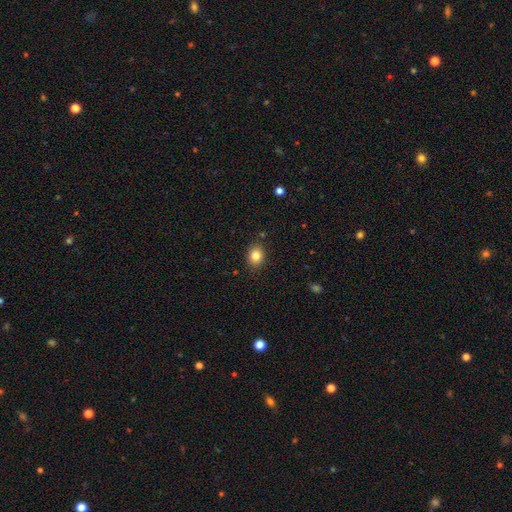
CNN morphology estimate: smooth_or_featured: smooth (p=0.83) [alt: star or artifact p=0.10]
how_rounded: in between (p=0.52) [alt: round p=0.47]
merging: none (p=0.86) [alt: minor disturbance p=0.10]